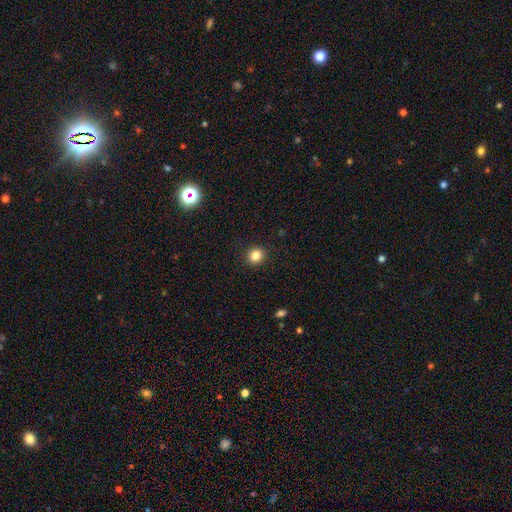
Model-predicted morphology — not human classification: Smooth or featured? Predicted: smooth (p=0.83). How rounded? Predicted: round (p=0.85). Merging? Predicted: none (p=0.92).